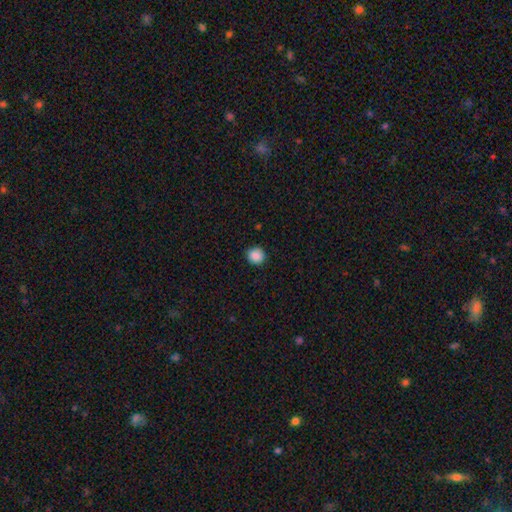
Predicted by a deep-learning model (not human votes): Smooth or featured? smooth (88%)
How rounded? round (91%)
Merging? none (91%)